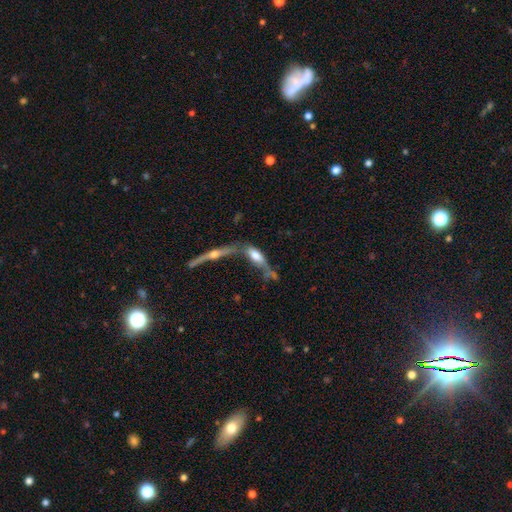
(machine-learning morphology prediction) Smooth or featured?
  - featured or disk: 46% * (tied)
  - smooth: 46% * (tied)
  - star or artifact: 9%
Merging?
  - merger: 44% *
  - none: 29%
  - minor disturbance: 15%
  - major disturbance: 11%